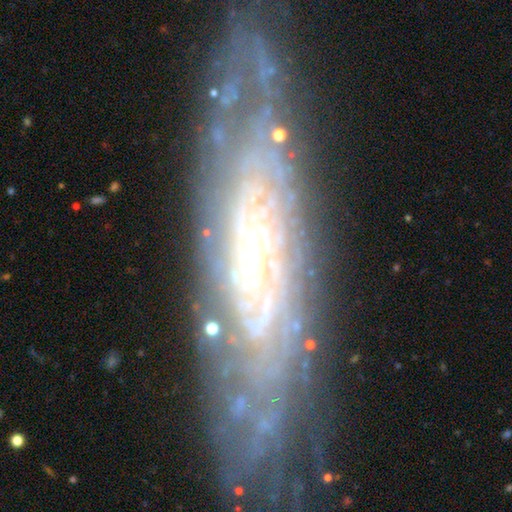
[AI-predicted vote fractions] A featured or disk galaxy (84%) with no bar (62%), tight (75%) spiral arms (92%) and a small central bulge (74%). Merging: none (70%).